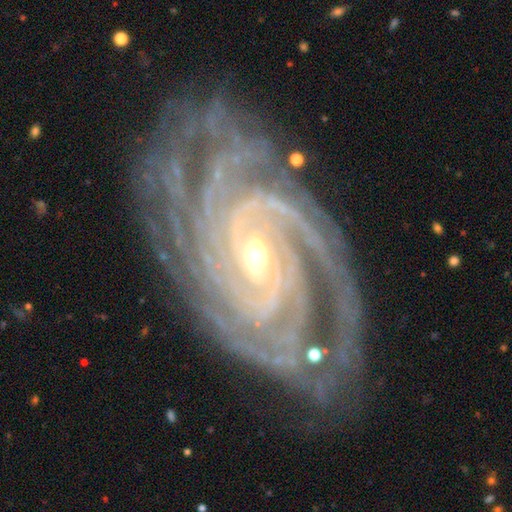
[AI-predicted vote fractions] Q: Smooth or featured?
A: featured or disk (93%); runner-up: star or artifact (4%)
Q: Edge-on disk?
A: no (97%); runner-up: yes (3%)
Q: Bar?
A: no (36%); runner-up: weak (35%)
Q: Spiral arms?
A: yes (99%); runner-up: no (1%)
Q: Spiral winding?
A: tight (82%); runner-up: medium (16%)
Q: Spiral arm count?
A: 4 (29%); runner-up: 3 (20%)
Q: Bulge size?
A: small (64%); runner-up: moderate (33%)
Q: Merging?
A: none (78%); runner-up: minor disturbance (15%)